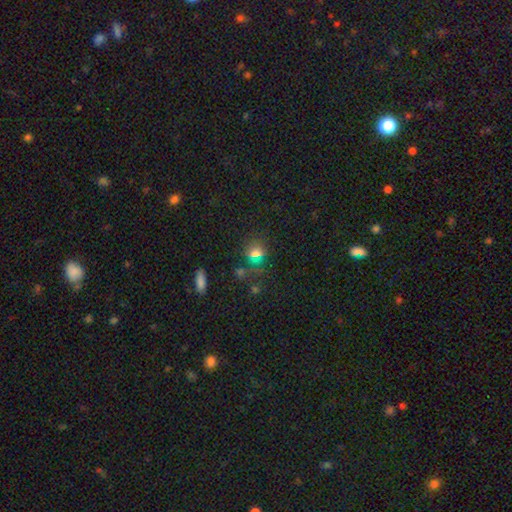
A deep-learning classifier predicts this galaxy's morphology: Smooth or featured?
  - smooth: 58% *
  - star or artifact: 32%
  - featured or disk: 10%
How rounded?
  - round: 68% *
  - in between: 29%
  - cigar-shaped: 3%
Merging?
  - none: 73% *
  - minor disturbance: 13%
  - merger: 7%
  - major disturbance: 6%